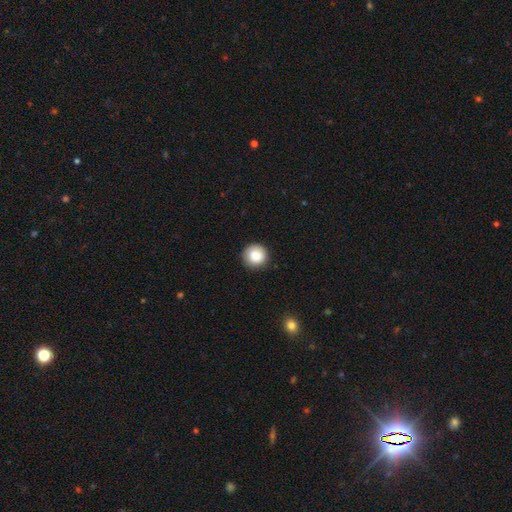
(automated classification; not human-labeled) Smooth or featured: smooth — 87% (star or artifact — 9%)
How rounded: round — 95% (in between — 4%)
Merging: none — 90% (minor disturbance — 7%)